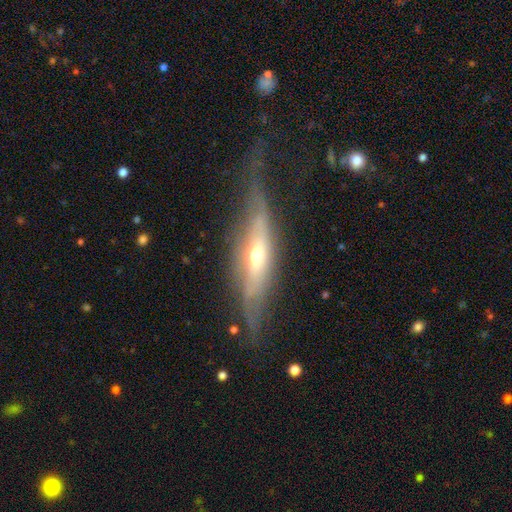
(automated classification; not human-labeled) featured or disk 70%, smooth 23%, star or artifact 7%. Down the decision tree: edge-on disk — yes (73%); edge-on bulge — rounded (83%); merging — none (52%).